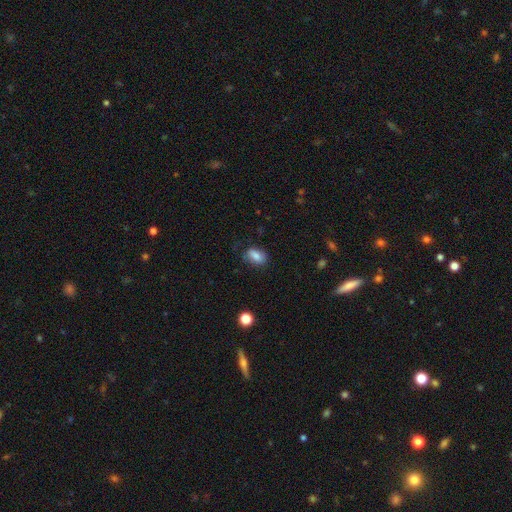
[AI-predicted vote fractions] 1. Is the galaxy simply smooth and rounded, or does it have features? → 78% smooth, 13% featured or disk, 9% star or artifact.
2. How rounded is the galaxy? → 86% in between, 11% round, 4% cigar-shaped.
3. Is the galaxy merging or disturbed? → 74% none, 19% minor disturbance, 5% major disturbance, 1% merger.